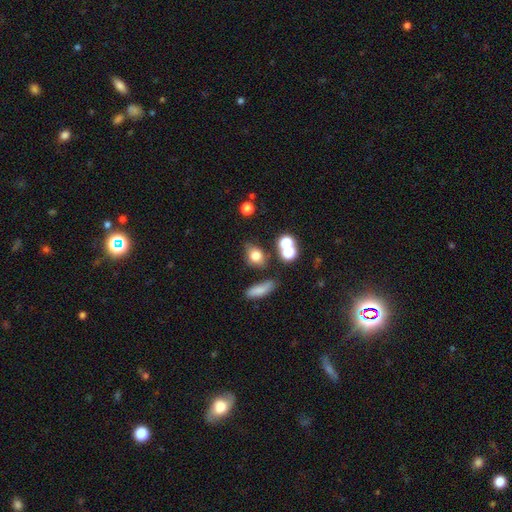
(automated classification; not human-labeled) This appears to be a smooth galaxy with no disk features (73%) that is in between round and cigar-shaped (56%). Merging: none (60%).